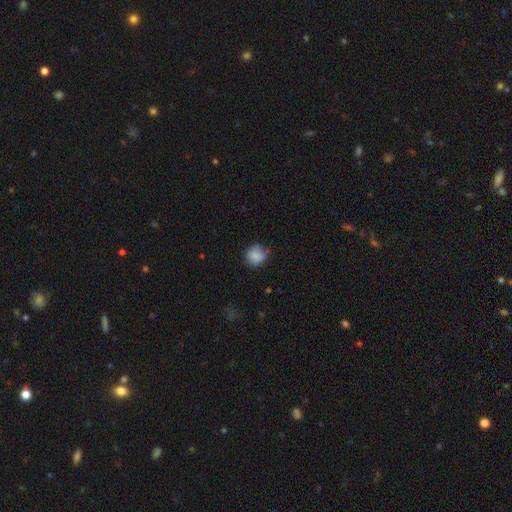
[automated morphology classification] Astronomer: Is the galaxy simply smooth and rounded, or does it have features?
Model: smooth — 79%.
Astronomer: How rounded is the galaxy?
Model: round — 75%.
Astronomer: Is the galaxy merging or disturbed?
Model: none — 64%.